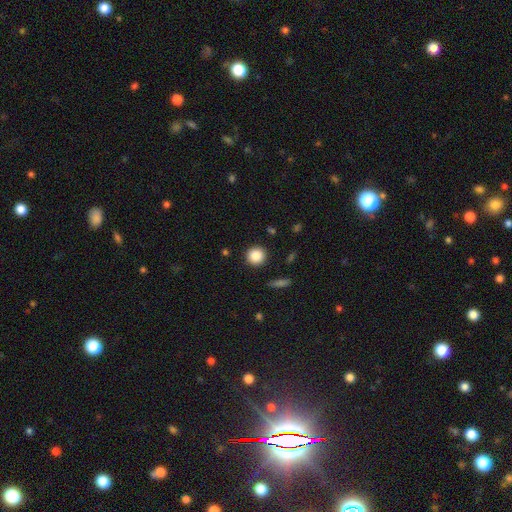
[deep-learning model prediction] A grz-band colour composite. It shows a smooth galaxy with no disk features (86%) that is round (93%). Merging: none (91%).